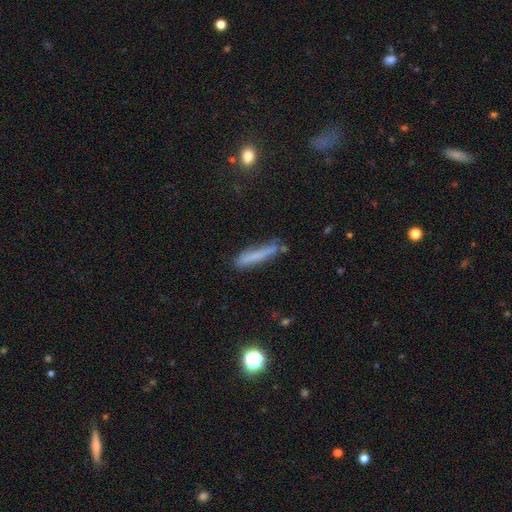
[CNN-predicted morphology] A smooth galaxy with no disk features (65%) that is cigar-shaped (92%).

Vote fractions:
- Smooth or featured? smooth: 65% / featured or disk: 26% / star or artifact: 10%
- How rounded? cigar-shaped: 92% / in between: 6% / round: 2%
- Merging? none: 72% / minor disturbance: 20% / major disturbance: 5% / merger: 4%